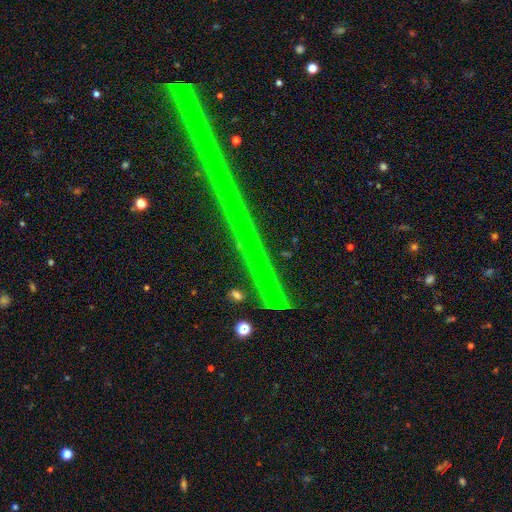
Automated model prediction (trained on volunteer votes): Smooth or featured? Predicted: star or artifact (p=0.60).